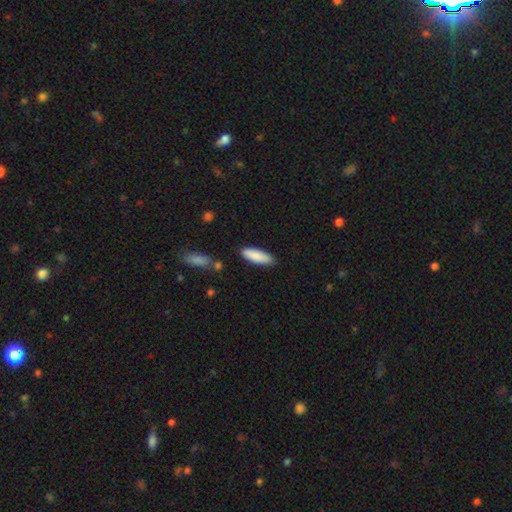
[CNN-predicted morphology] This is clearly a smooth galaxy (87%). How rounded: possibly in between (52%). Merging: clearly none (85%).